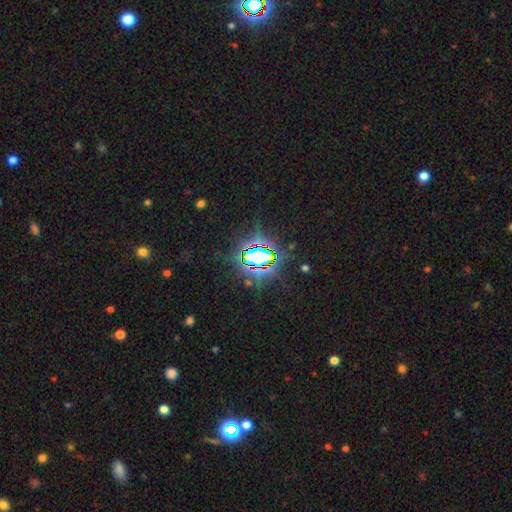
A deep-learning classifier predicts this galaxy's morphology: The model was most divided on "smooth or featured": star or artifact: 79%, smooth: 11%, featured or disk: 9%.